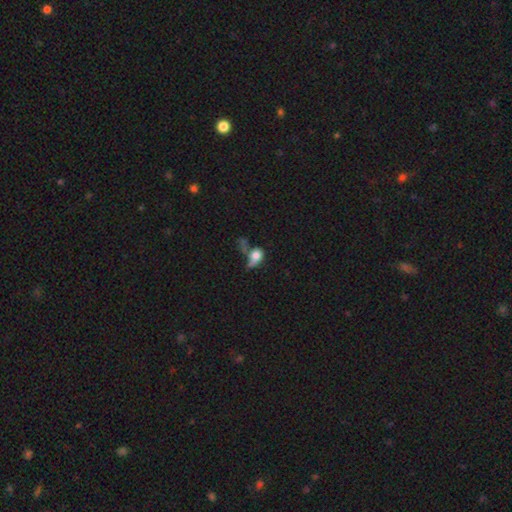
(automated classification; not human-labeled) Morphology: type=smooth (64%); roundness=in between (55%); merging=major disturbance (34%).